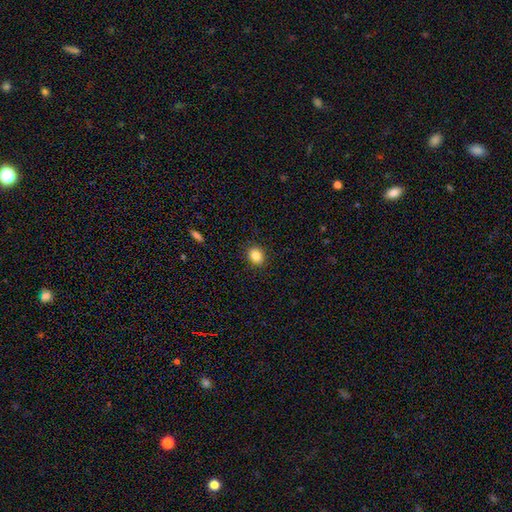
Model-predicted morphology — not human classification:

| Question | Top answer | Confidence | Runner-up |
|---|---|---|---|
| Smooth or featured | smooth | 85% | star or artifact (10%) |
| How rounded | round | 63% | in between (36%) |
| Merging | none | 89% | minor disturbance (8%) |